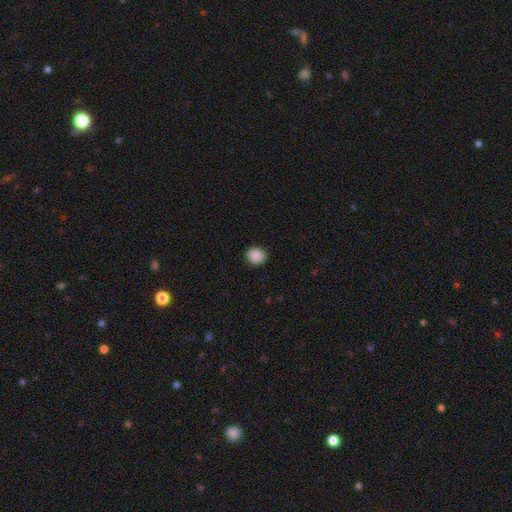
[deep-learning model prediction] Morphology: type=smooth (89%); roundness=round (73%); merging=none (89%).